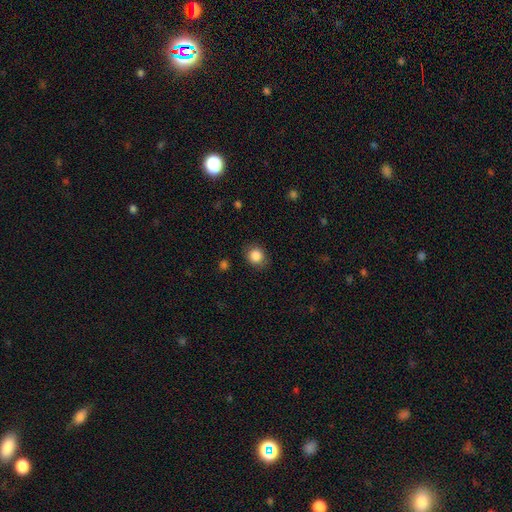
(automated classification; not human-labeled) Smooth or featured? Predicted: smooth (p=0.86). How rounded? Predicted: round (p=0.76). Merging? Predicted: none (p=0.84).